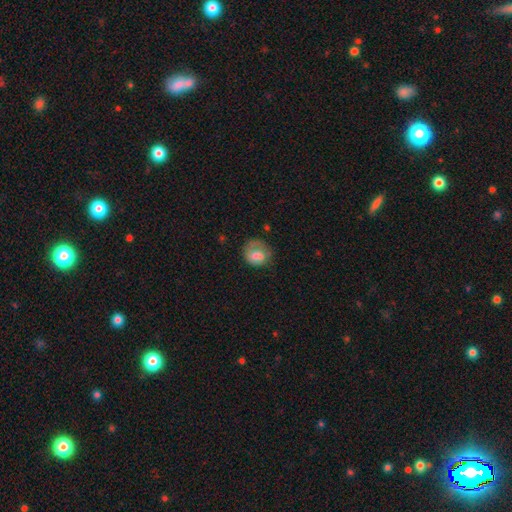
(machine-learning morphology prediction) A smooth galaxy with no disk features (60%) that is round (66%). Merging: none (48%).